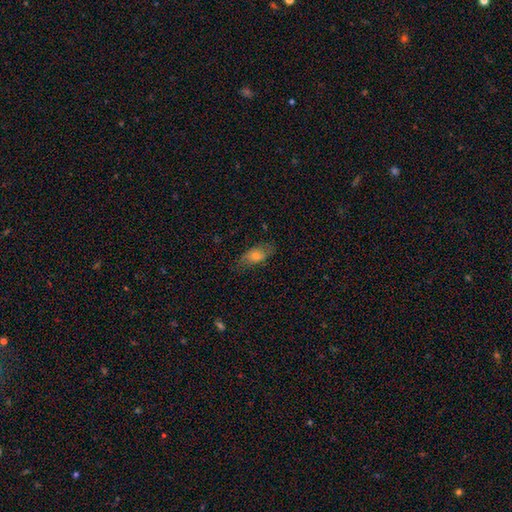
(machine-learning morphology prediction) Overall: smooth (67%). How rounded: in between (87%). Merging: none (69%).